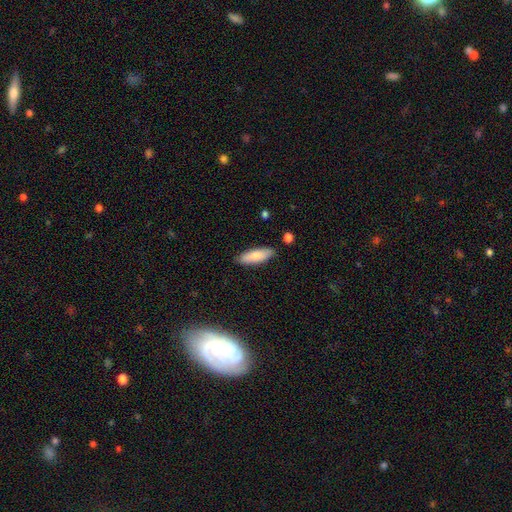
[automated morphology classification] The model was most divided on "how rounded": in between: 63%, cigar-shaped: 35%, round: 2%. More confident: merging — none (85%); smooth or featured — smooth (81%).